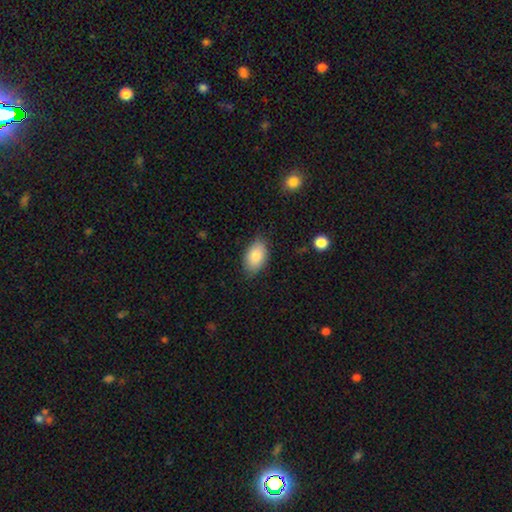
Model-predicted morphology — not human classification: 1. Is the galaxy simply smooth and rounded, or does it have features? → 85% smooth, 8% featured or disk, 6% star or artifact.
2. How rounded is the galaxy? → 93% in between, 6% round, 1% cigar-shaped.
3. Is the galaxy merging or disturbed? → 80% none, 16% minor disturbance, 3% major disturbance, 1% merger.